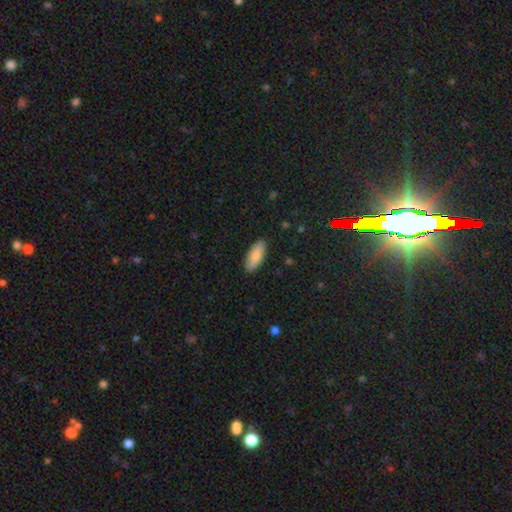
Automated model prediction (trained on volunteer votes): The model was most divided on "how rounded": in between: 78%, cigar-shaped: 20%, round: 2%. More confident: merging — none (88%); smooth or featured — smooth (84%).